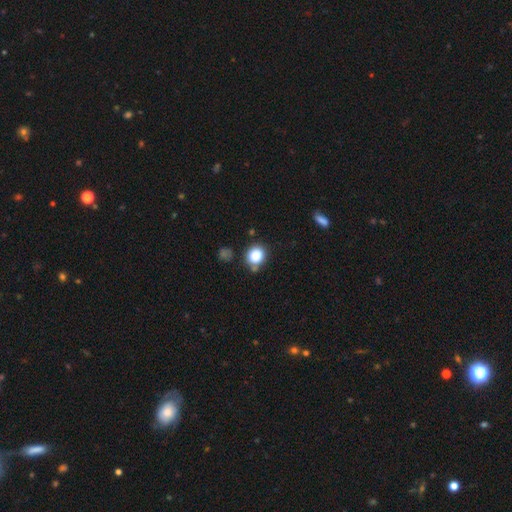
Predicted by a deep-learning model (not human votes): This is clearly a smooth galaxy (85%). How rounded: likely round (76%). Merging: likely none (70%).